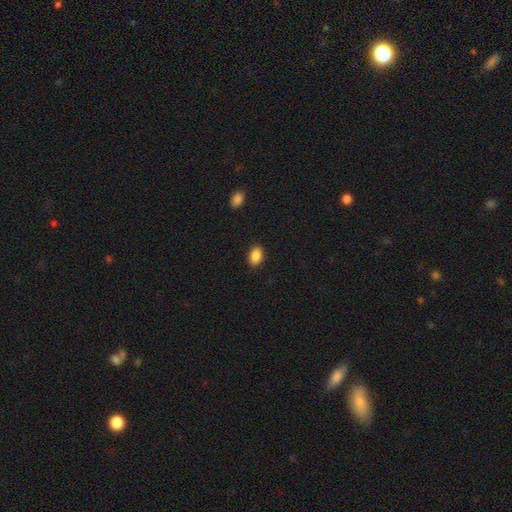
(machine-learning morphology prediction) The model was most divided on "how rounded": in between: 85%, round: 14%, cigar-shaped: 1%. More confident: merging — none (88%); smooth or featured — smooth (88%).